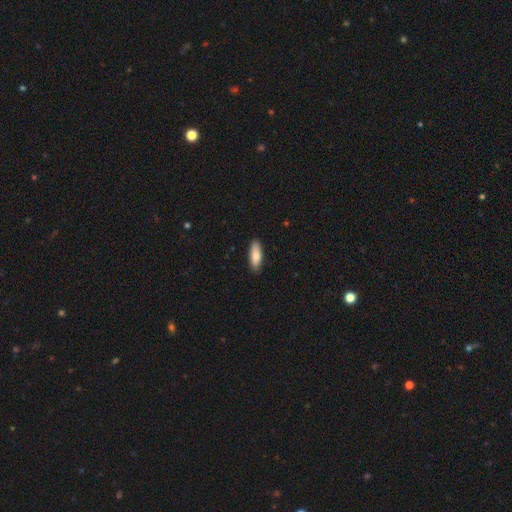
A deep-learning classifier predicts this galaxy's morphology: Smooth or featured?
  - smooth: 83% *
  - featured or disk: 11%
  - star or artifact: 6%
How rounded?
  - in between: 59% *
  - cigar-shaped: 39%
  - round: 2%
Merging?
  - none: 88% *
  - minor disturbance: 9%
  - major disturbance: 2%
  - merger: 1%